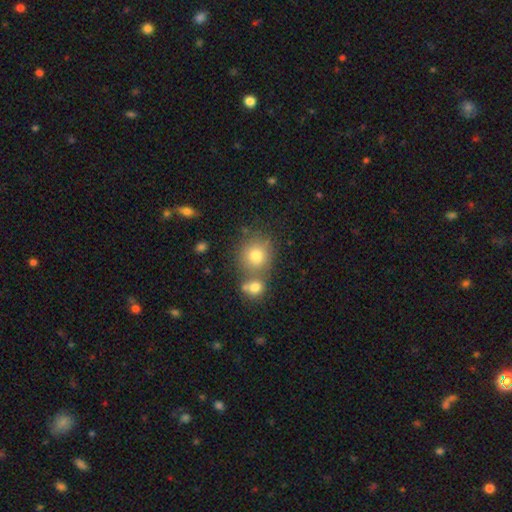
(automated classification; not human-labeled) smooth_or_featured: smooth (p=0.77) [alt: star or artifact p=0.12]
how_rounded: round (p=0.82) [alt: in between p=0.17]
merging: none (p=0.55) [alt: merger p=0.32]